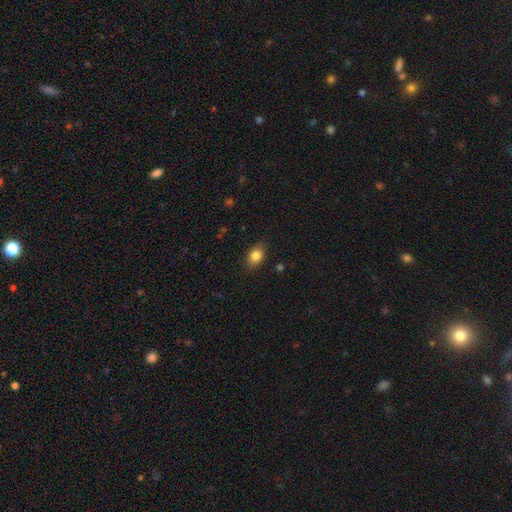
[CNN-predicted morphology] Q: Smooth or featured?
A: smooth (83%); runner-up: featured or disk (9%)
Q: How rounded?
A: in between (82%); runner-up: round (16%)
Q: Merging?
A: none (83%); runner-up: minor disturbance (13%)